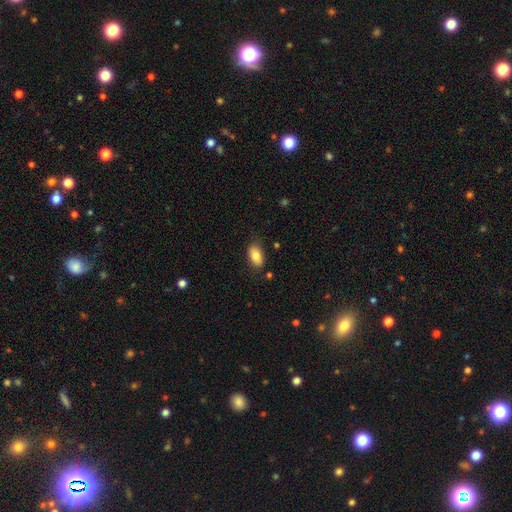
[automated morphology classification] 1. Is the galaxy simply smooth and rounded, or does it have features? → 83% smooth, 10% featured or disk, 7% star or artifact.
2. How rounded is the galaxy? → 92% in between, 5% round, 3% cigar-shaped.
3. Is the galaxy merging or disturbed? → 79% none, 16% minor disturbance, 3% major disturbance, 2% merger.